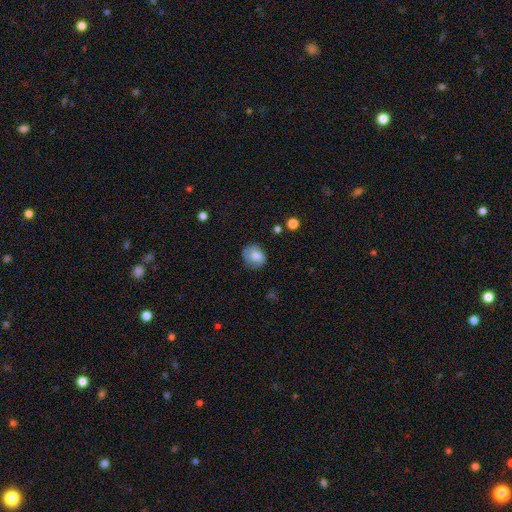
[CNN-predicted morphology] Overall: smooth (70%). How rounded: round (63%; in between 36%). Merging: none (64%; minor disturbance 25%).